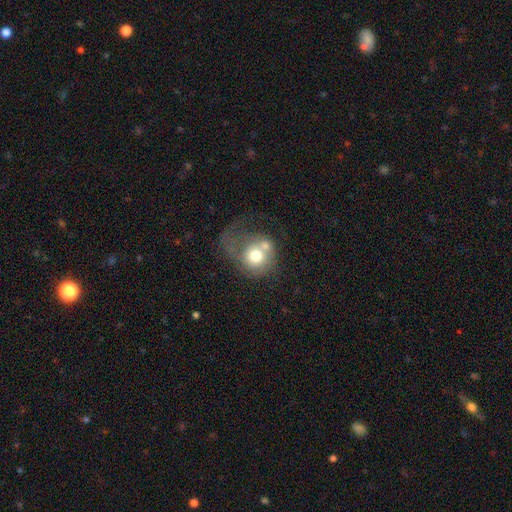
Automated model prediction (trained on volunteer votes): Overall: smooth (63%; featured or disk 28%). How rounded: round (79%). Merging: major disturbance (34%; merger 30%).